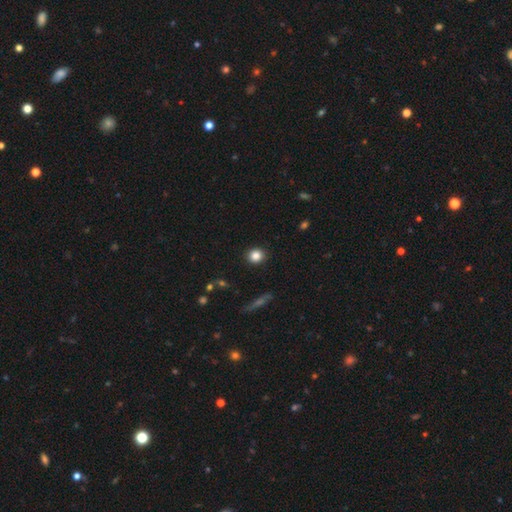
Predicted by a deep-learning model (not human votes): Overall: smooth (84%). How rounded: round (86%). Merging: none (91%).